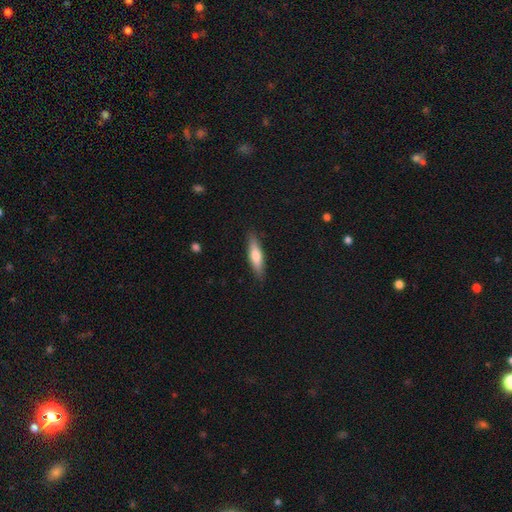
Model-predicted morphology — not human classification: This appears to be a smooth galaxy with no disk features (66%) that is cigar-shaped (71%). Merging: none (88%).